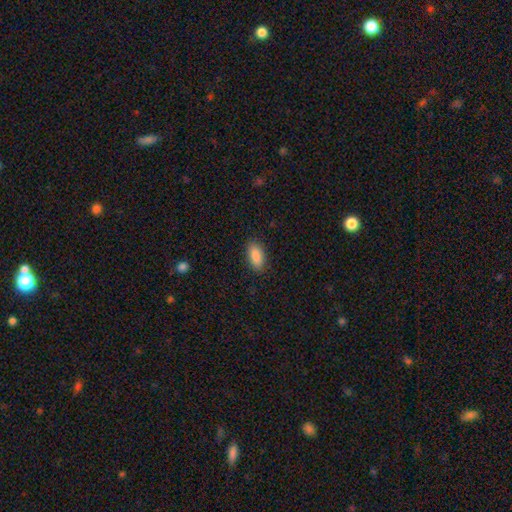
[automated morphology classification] A smooth galaxy with no disk features (88%) that is in between round and cigar-shaped (89%). Merging: none (88%).